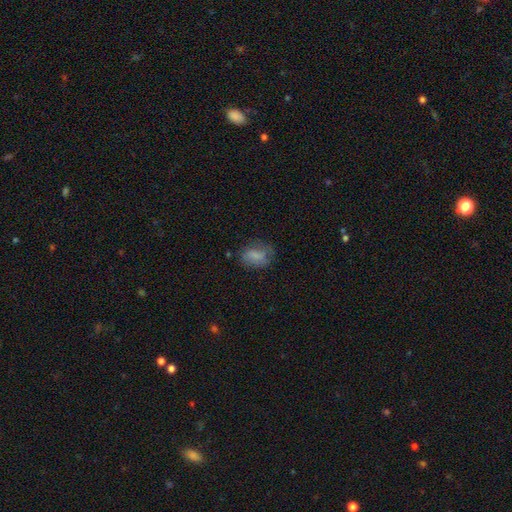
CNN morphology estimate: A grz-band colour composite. It shows a smooth galaxy with no disk features (68%) that is in between round and cigar-shaped (77%). Merging: none (56%).